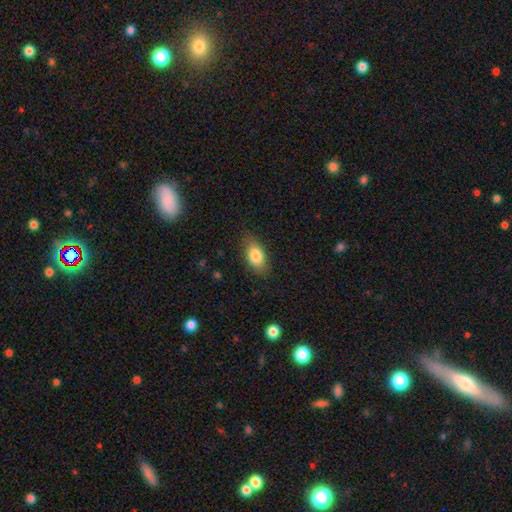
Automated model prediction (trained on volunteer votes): Overall: smooth (82%). How rounded: in between (88%). Merging: none (83%).